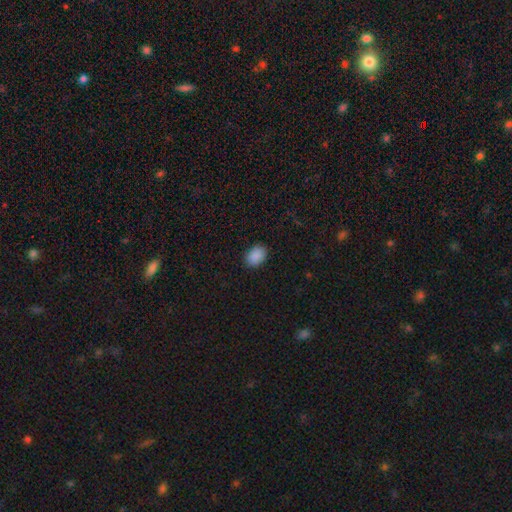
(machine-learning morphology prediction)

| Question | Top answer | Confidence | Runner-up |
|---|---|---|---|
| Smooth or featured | smooth | 89% | star or artifact (8%) |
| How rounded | in between | 76% | round (23%) |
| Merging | none | 88% | minor disturbance (9%) |